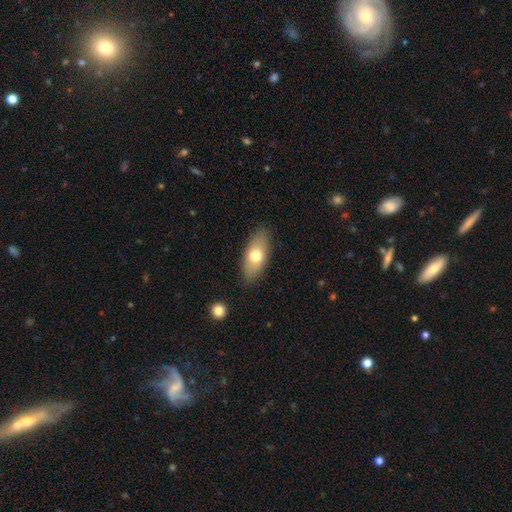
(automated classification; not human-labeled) A smooth galaxy with no disk features (68%) that is in between round and cigar-shaped (83%). Merging: none (85%).